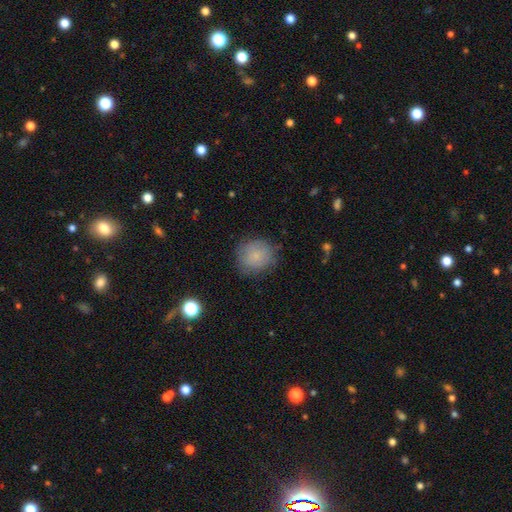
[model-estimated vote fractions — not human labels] A smooth galaxy with no disk features (77%) that is round (85%).

Vote fractions:
- Smooth or featured? smooth: 77% / featured or disk: 14% / star or artifact: 9%
- How rounded? round: 85% / in between: 14% / cigar-shaped: 1%
- Merging? none: 76% / minor disturbance: 17% / major disturbance: 5% / merger: 1%